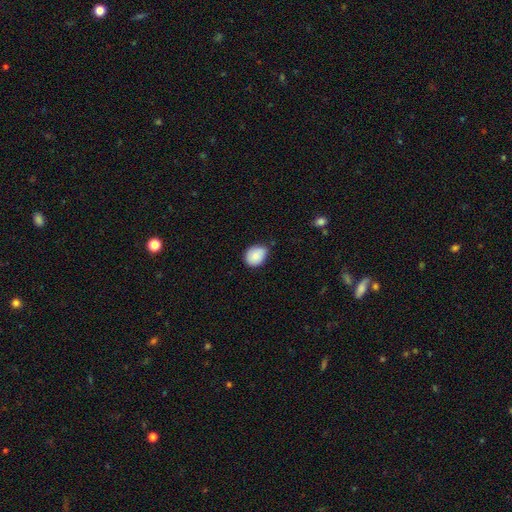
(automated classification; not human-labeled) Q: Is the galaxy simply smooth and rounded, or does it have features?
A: smooth — 84%.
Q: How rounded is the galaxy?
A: in between — 53%.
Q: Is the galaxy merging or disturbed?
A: none — 66%.